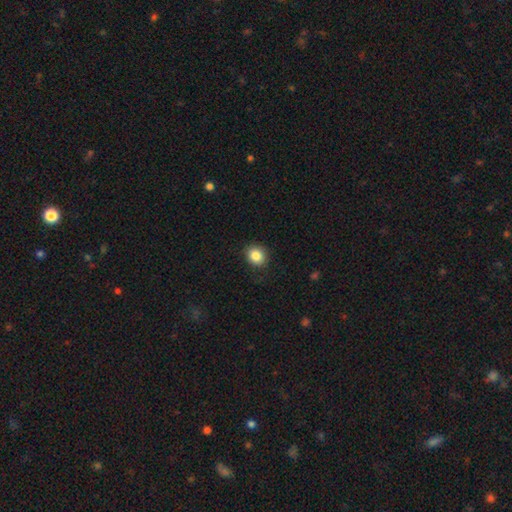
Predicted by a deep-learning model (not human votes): Smooth or featured? Predicted: smooth (p=0.86). How rounded? Predicted: round (p=0.67). Merging? Predicted: none (p=0.87).